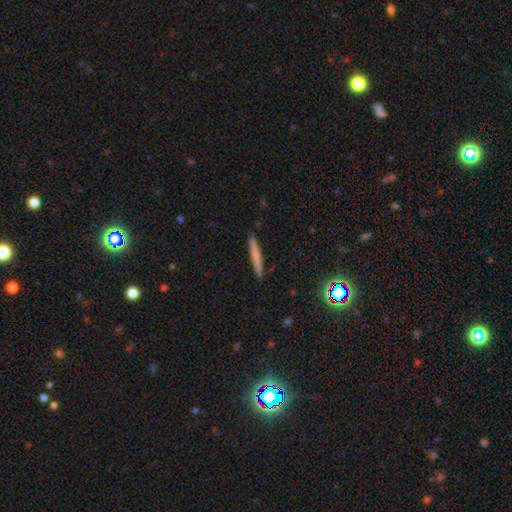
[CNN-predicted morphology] Smooth or featured: smooth — 69% (featured or disk — 24%)
How rounded: cigar-shaped — 96% (in between — 2%)
Merging: none — 91% (minor disturbance — 6%)